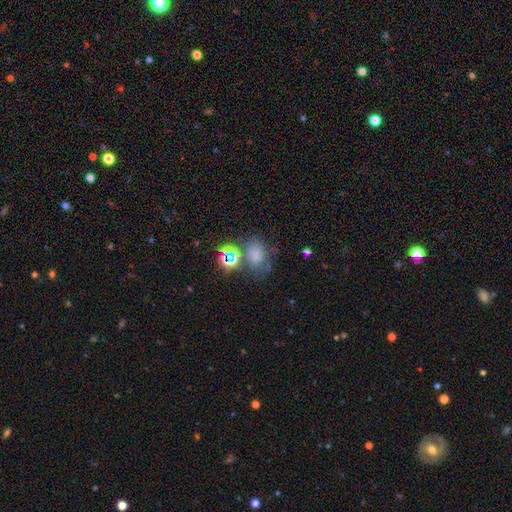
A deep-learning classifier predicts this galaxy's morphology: smooth_or_featured: smooth (p=0.65) [alt: star or artifact p=0.25]
how_rounded: in between (p=0.62) [alt: round p=0.36]
merging: none (p=0.53) [alt: minor disturbance p=0.19]